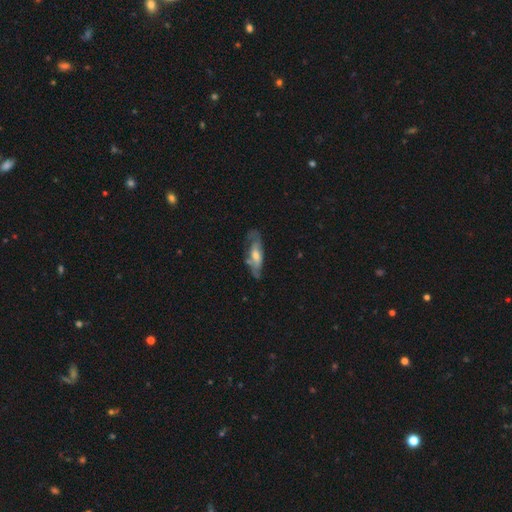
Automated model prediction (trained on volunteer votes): A featured or disk galaxy (64%).

Vote fractions:
- Smooth or featured? featured or disk: 64% / smooth: 28% / star or artifact: 8%
- Edge-on disk? no: 68% / yes: 32%
- Merging? none: 65% / minor disturbance: 22% / major disturbance: 10% / merger: 3%